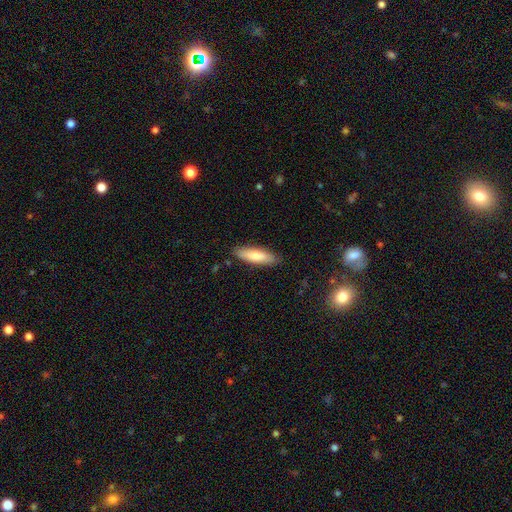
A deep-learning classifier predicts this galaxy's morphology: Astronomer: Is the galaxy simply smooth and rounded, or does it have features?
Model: smooth — 78%.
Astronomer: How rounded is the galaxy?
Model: cigar-shaped — 57% (runner-up: in between, 42%).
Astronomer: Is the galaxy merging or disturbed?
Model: none — 86%.